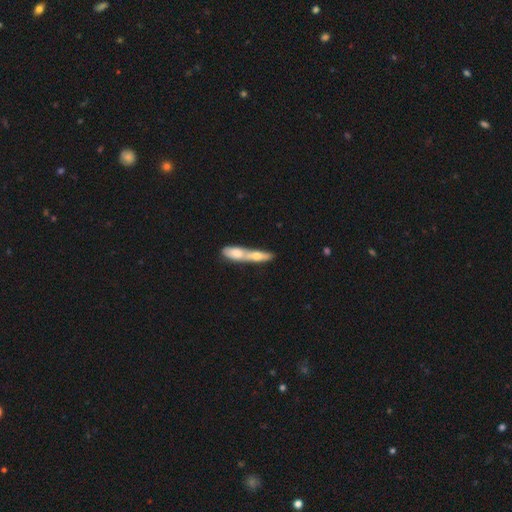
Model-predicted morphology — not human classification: This appears to be a smooth galaxy with no disk features (45%). Merging: merger (57%).